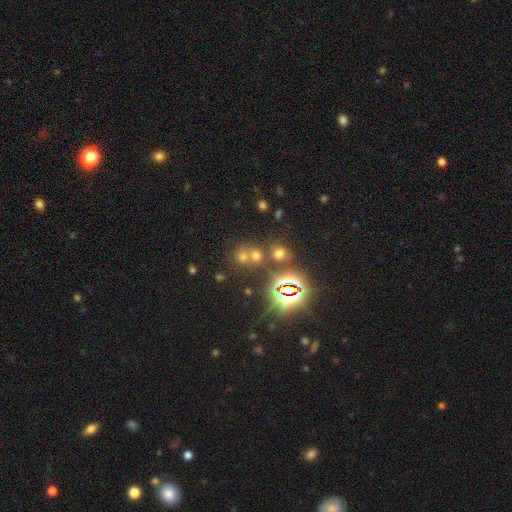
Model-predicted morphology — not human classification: Smooth or featured? Predicted: smooth (p=0.49). Merging? Predicted: none (p=0.54).